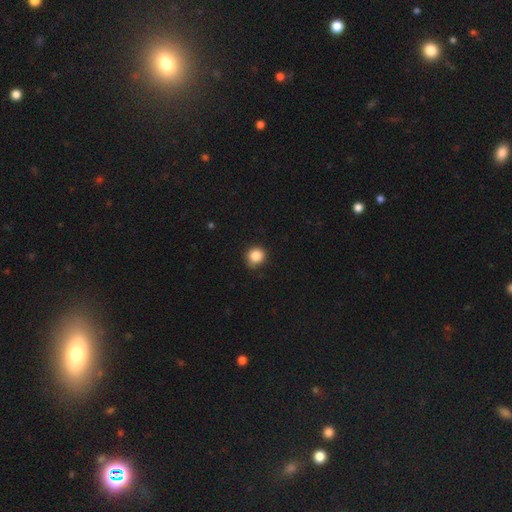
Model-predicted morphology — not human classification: Overall: smooth (86%). How rounded: round (90%). Merging: none (81%).